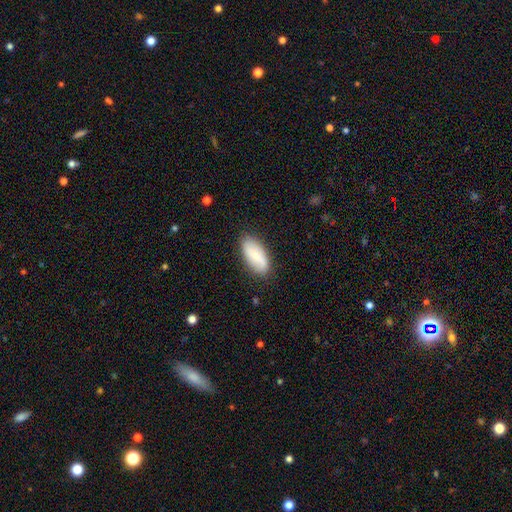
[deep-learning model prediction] Smooth or featured? smooth (73%)
How rounded? in between (86%)
Merging? none (84%)